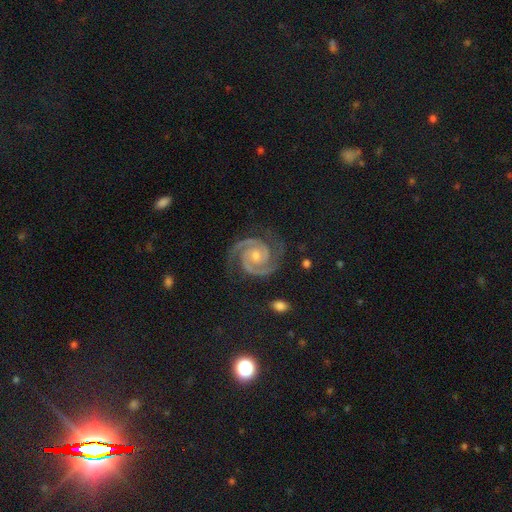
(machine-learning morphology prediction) Smooth or featured: featured or disk — 93% (star or artifact — 5%)
Edge-on disk: no — 98% (yes — 2%)
Bar: no — 66% (weak — 25%)
Spiral arms: yes — 99% (no — 1%)
Spiral winding: tight — 70% (medium — 27%)
Spiral arm count: 2 — 93% (3 — 3%)
Bulge size: moderate — 49% (small — 45%)
Merging: none — 81% (minor disturbance — 13%)